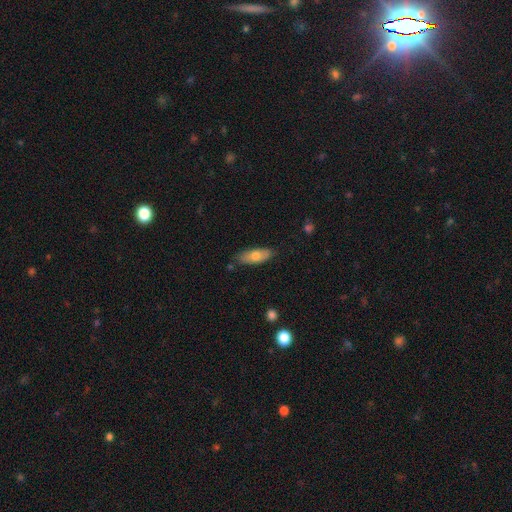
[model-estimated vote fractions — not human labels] Smooth or featured: smooth — 72% (featured or disk — 21%)
How rounded: in between — 74% (cigar-shaped — 24%)
Merging: none — 77% (minor disturbance — 17%)